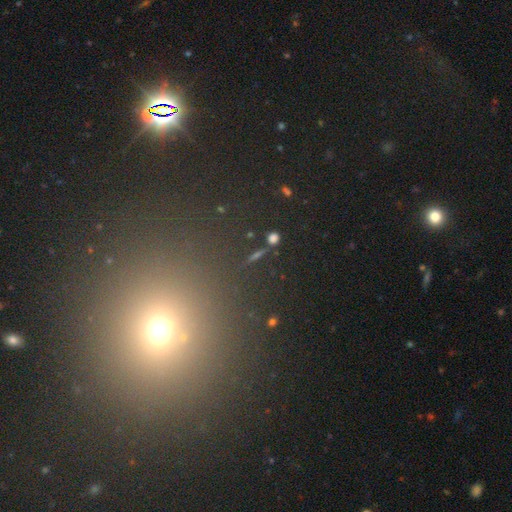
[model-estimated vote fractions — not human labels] smooth-or-featured: star or artifact: 55% | smooth: 36% | featured or disk: 9%